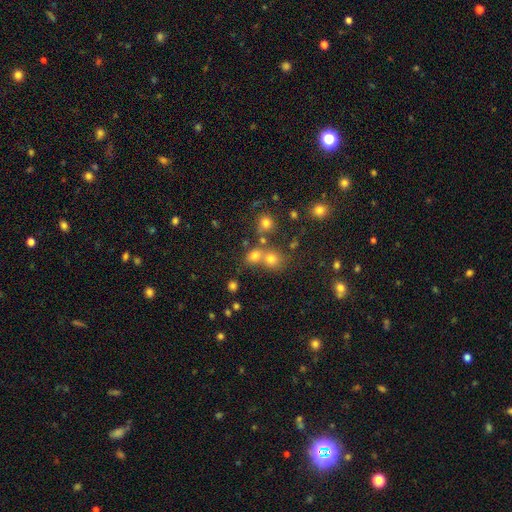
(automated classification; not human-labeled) smooth 63%, star or artifact 26%, featured or disk 11%. Down the decision tree: how rounded — round (72%); merging — none (50%).